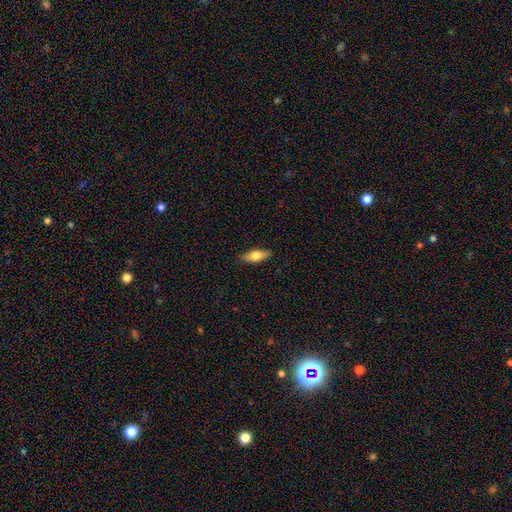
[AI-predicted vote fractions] Smooth or featured?
  - smooth: 67% *
  - featured or disk: 27%
  - star or artifact: 6%
How rounded?
  - in between: 72% *
  - cigar-shaped: 25%
  - round: 3%
Merging?
  - none: 87% *
  - minor disturbance: 10%
  - major disturbance: 2%
  - merger: 1%